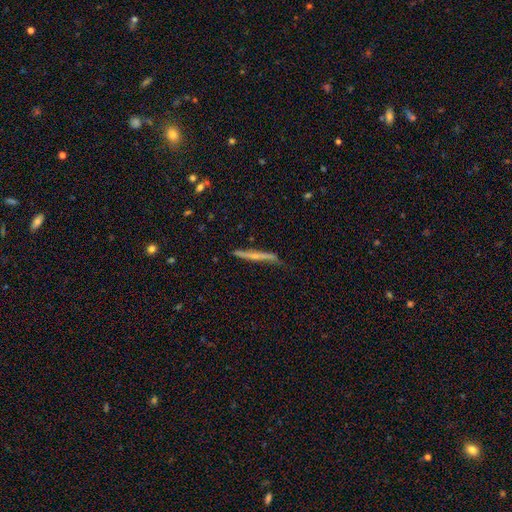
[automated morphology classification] smooth_or_featured: featured or disk (p=0.63) [alt: smooth p=0.31]
disk_edge_on: yes (p=0.91) [alt: no p=0.09]
edge_on_bulge: rounded (p=0.63) [alt: none p=0.32]
merging: none (p=0.70) [alt: minor disturbance p=0.23]